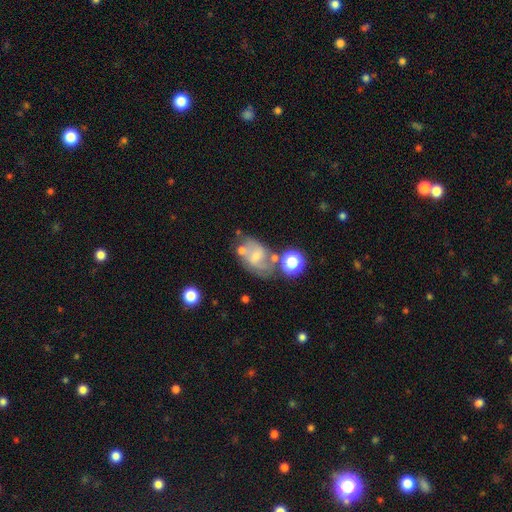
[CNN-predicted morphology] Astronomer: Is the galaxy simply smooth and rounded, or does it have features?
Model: featured or disk — 52% (runner-up: smooth, 35%).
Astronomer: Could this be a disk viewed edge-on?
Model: no — 96%.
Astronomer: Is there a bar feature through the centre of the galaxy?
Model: weak — 44% (runner-up: no, 43%).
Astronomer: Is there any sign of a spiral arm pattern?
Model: yes — 69%.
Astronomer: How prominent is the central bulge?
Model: small — 56%.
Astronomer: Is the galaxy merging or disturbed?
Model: none — 49%.